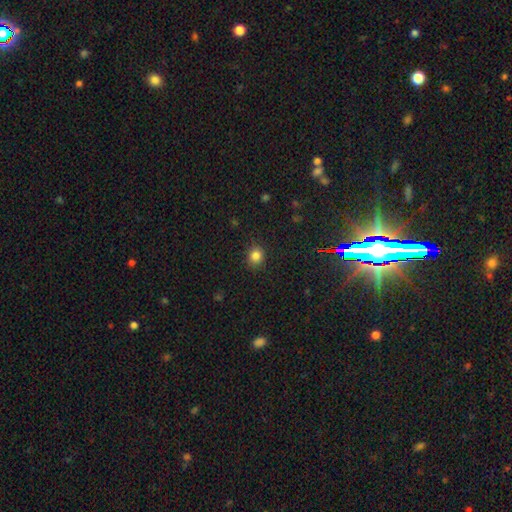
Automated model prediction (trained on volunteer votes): Q: Smooth or featured?
A: smooth (82%); runner-up: star or artifact (12%)
Q: How rounded?
A: round (75%); runner-up: in between (24%)
Q: Merging?
A: none (88%); runner-up: minor disturbance (9%)